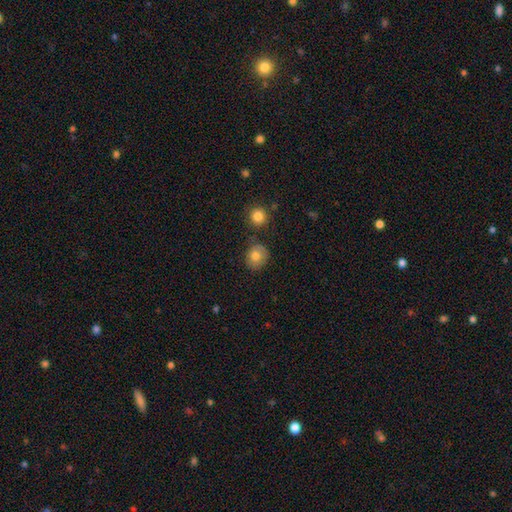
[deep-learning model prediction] Smooth or featured? smooth (80%)
How rounded? round (80%)
Merging? none (75%)